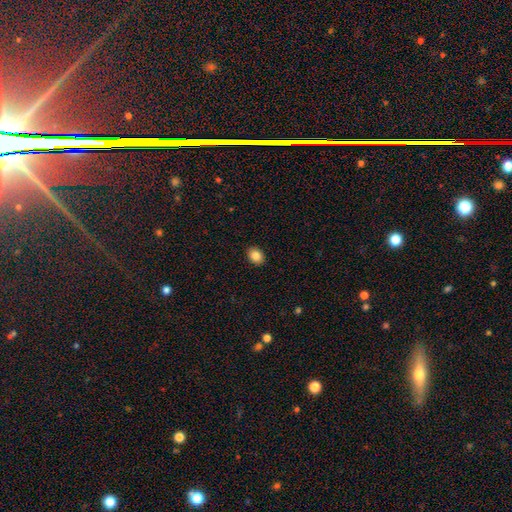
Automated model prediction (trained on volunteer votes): Smooth or featured? smooth (85%)
How rounded? in between (66%)
Merging? none (91%)